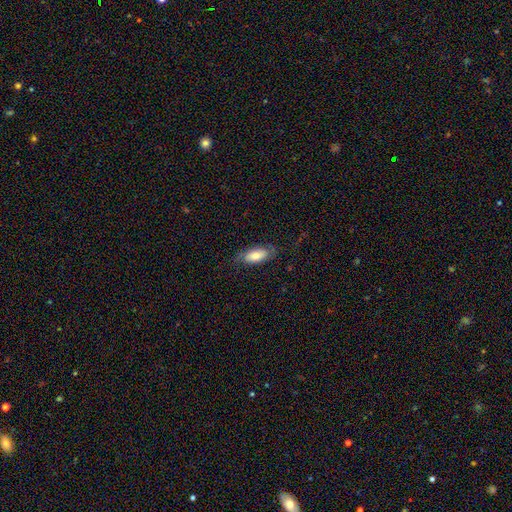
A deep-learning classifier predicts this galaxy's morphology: type=smooth (63%); roundness=in between (85%); merging=none (66%).